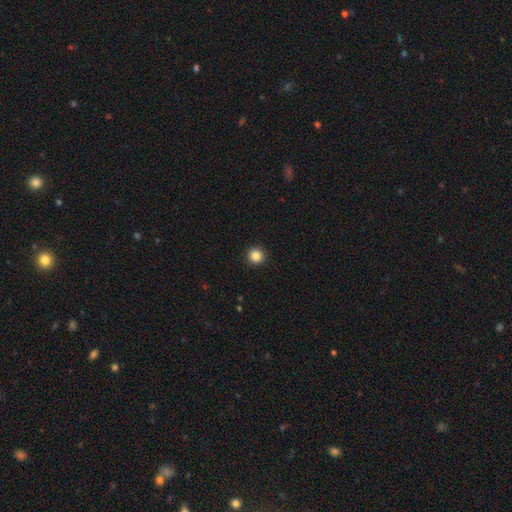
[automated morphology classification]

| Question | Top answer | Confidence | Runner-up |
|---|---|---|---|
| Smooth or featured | smooth | 86% | star or artifact (11%) |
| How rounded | round | 96% | in between (3%) |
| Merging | none | 94% | minor disturbance (4%) |